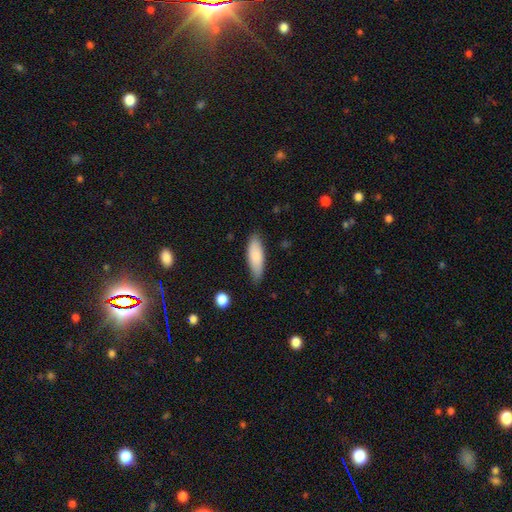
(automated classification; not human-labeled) smooth_or_featured: smooth (p=0.83) [alt: featured or disk p=0.11]
how_rounded: in between (p=0.60) [alt: cigar-shaped p=0.38]
merging: none (p=0.74) [alt: minor disturbance p=0.21]